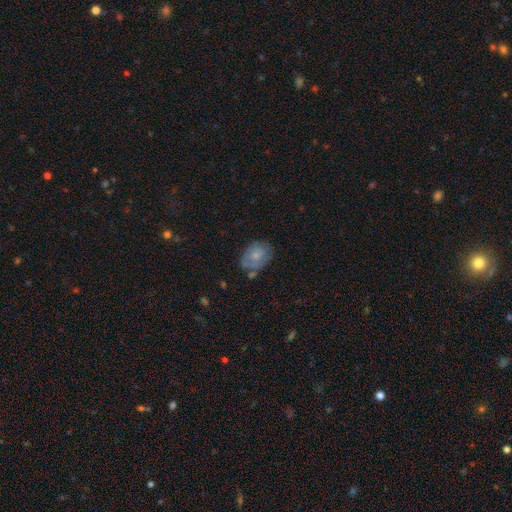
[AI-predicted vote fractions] A smooth galaxy with no disk features (56%) that is in between round and cigar-shaped (70%).

Vote fractions:
- Smooth or featured? smooth: 56% / featured or disk: 36% / star or artifact: 8%
- How rounded? in between: 70% / round: 28% / cigar-shaped: 1%
- Merging? none: 56% / minor disturbance: 27% / major disturbance: 9% / merger: 8%